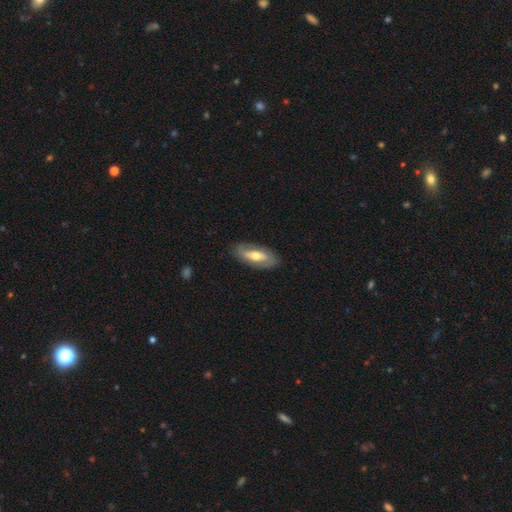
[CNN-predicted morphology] This appears to be a featured or disk galaxy (53%). Merging: none (83%).